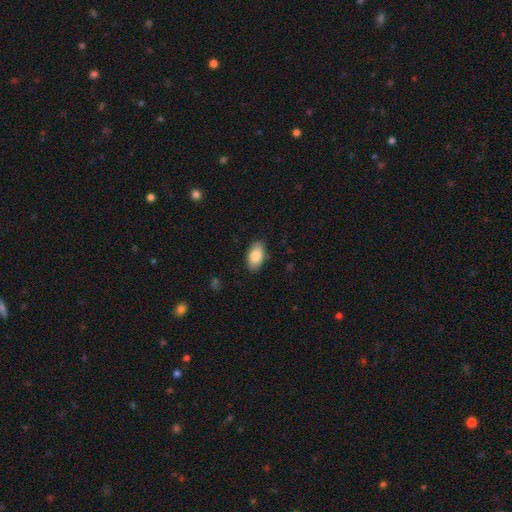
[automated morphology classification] This appears to be a smooth galaxy with no disk features (84%) that is in between round and cigar-shaped (94%). Merging: none (87%).